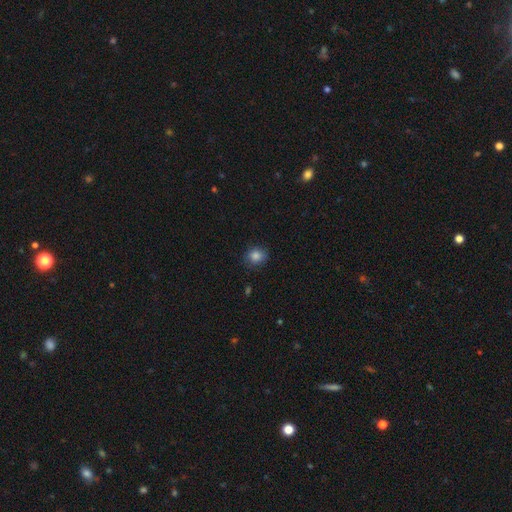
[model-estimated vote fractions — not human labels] This appears to be a smooth galaxy with no disk features (84%) that is round (73%). Merging: none (84%).